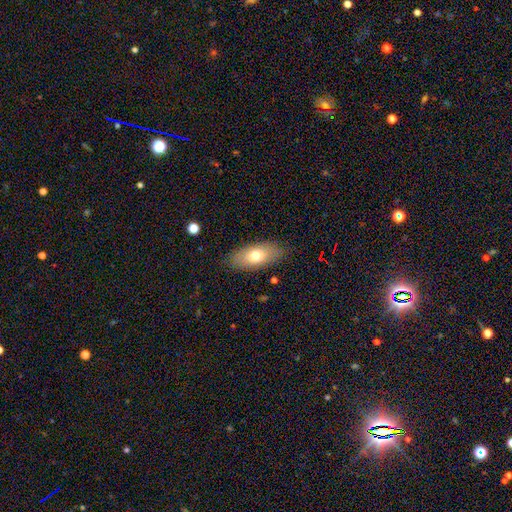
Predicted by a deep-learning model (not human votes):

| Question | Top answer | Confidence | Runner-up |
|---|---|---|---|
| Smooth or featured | smooth | 69% | featured or disk (24%) |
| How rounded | in between | 85% | cigar-shaped (11%) |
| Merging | none | 84% | minor disturbance (12%) |